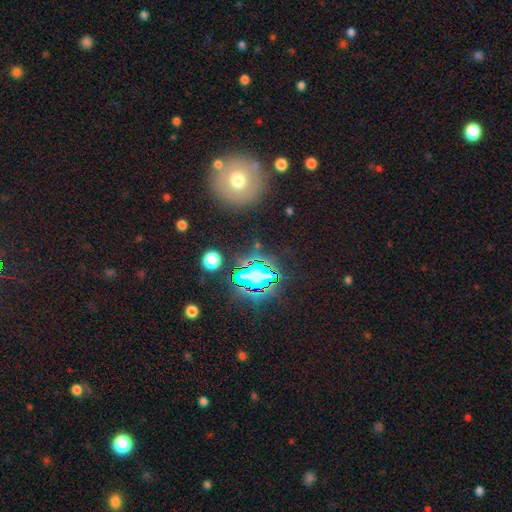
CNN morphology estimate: Smooth or featured? star or artifact (65%)